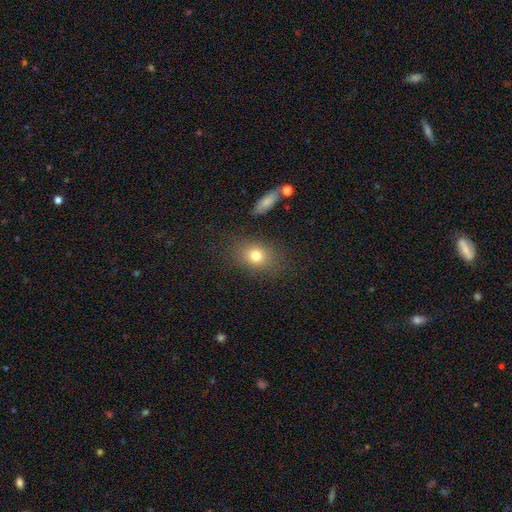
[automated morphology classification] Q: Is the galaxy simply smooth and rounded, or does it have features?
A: smooth — 77%.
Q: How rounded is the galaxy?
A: in between — 60%.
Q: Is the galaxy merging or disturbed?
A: none — 80%.